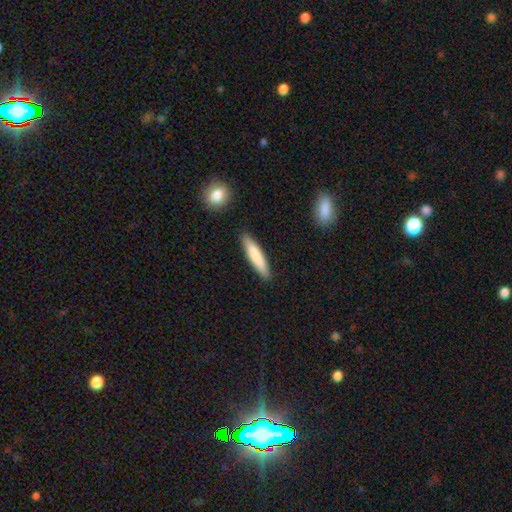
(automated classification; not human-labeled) This appears to be a smooth galaxy with no disk features (80%) that is cigar-shaped (85%). Merging: none (88%).